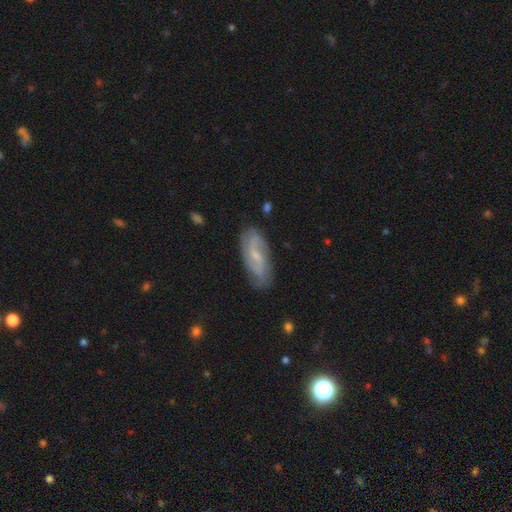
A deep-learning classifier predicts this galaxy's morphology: A featured or disk galaxy (72%) with a weak bar (51%), 2 (67%) medium (42%) spiral arms (91%) and a small central bulge (64%). Merging: none (79%).